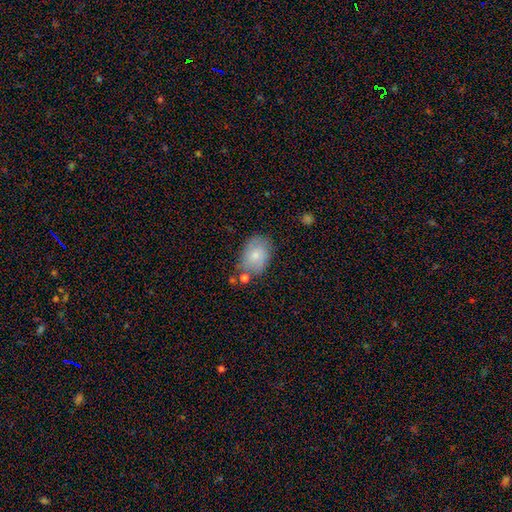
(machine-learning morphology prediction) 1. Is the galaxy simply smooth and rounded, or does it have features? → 72% smooth, 21% featured or disk, 7% star or artifact.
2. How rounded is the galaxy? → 79% in between, 20% round, 1% cigar-shaped.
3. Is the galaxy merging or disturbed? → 60% none, 24% minor disturbance, 9% merger, 7% major disturbance.